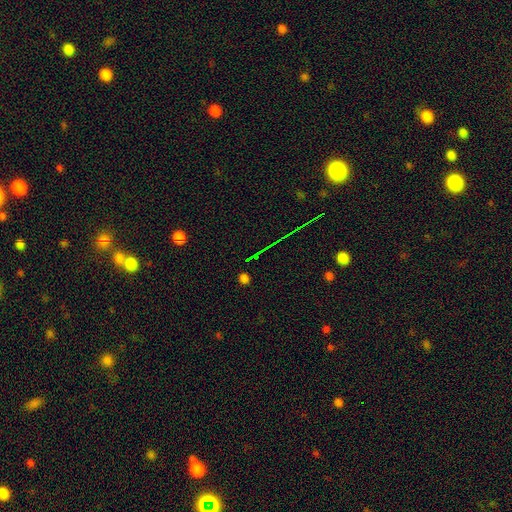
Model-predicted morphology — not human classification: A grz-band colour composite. It shows a star or artifact, not a galaxy (57%).